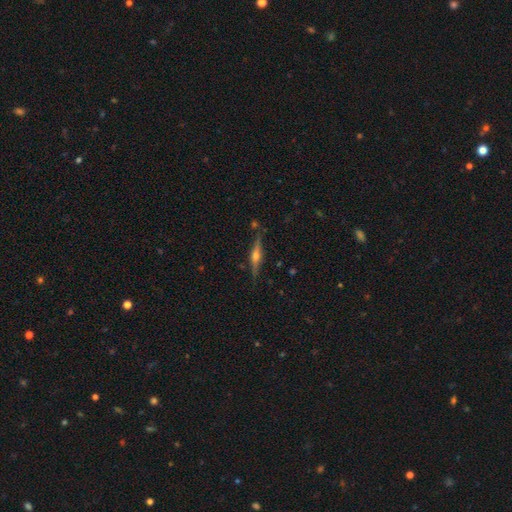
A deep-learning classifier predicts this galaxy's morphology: Smooth or featured? Predicted: featured or disk (p=0.76). Edge-on disk? Predicted: yes (p=0.97). Edge-on bulge? Predicted: rounded (p=0.92). Merging? Predicted: none (p=0.86).